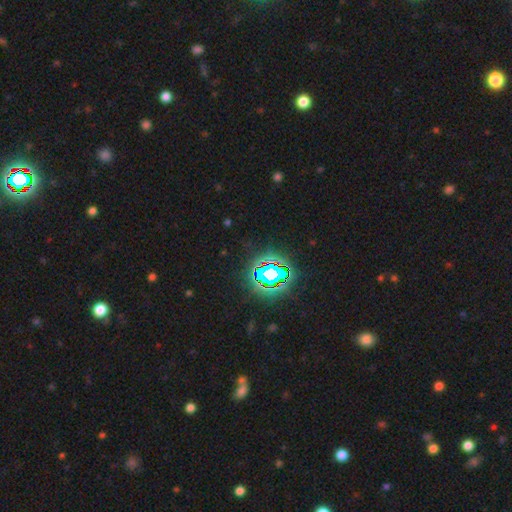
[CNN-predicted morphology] Smooth or featured?
  - star or artifact: 81% *
  - smooth: 12%
  - featured or disk: 7%